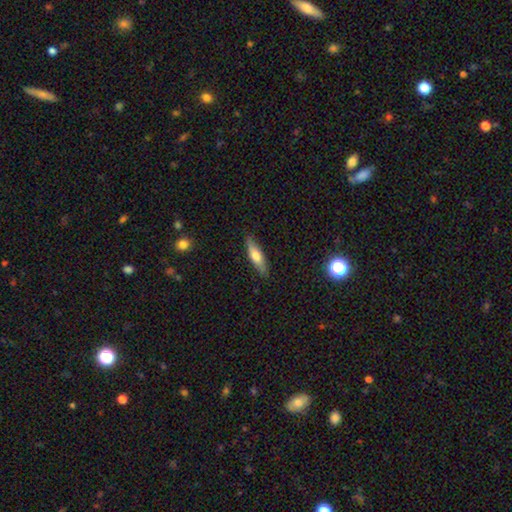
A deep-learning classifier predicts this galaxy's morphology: smooth-or-featured: smooth: 60% | featured or disk: 33% | star or artifact: 6%
  how-rounded: cigar-shaped: 66% | in between: 32% | round: 2%
  merging: none: 87% | minor disturbance: 10% | major disturbance: 2% | merger: 1%